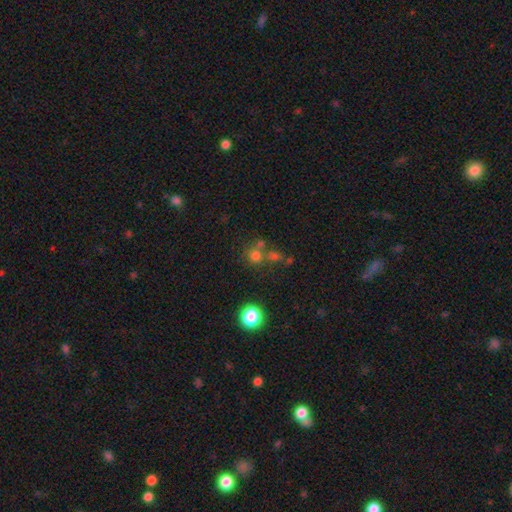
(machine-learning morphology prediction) Smooth or featured: smooth — 68% (star or artifact — 21%)
How rounded: round — 87% (in between — 11%)
Merging: none — 55% (merger — 30%)